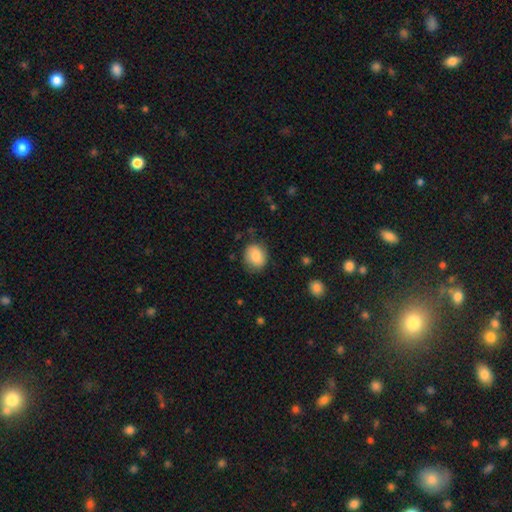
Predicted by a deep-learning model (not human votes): Q: Smooth or featured?
A: smooth (79%); runner-up: featured or disk (14%)
Q: How rounded?
A: round (65%); runner-up: in between (34%)
Q: Merging?
A: none (78%); runner-up: minor disturbance (17%)